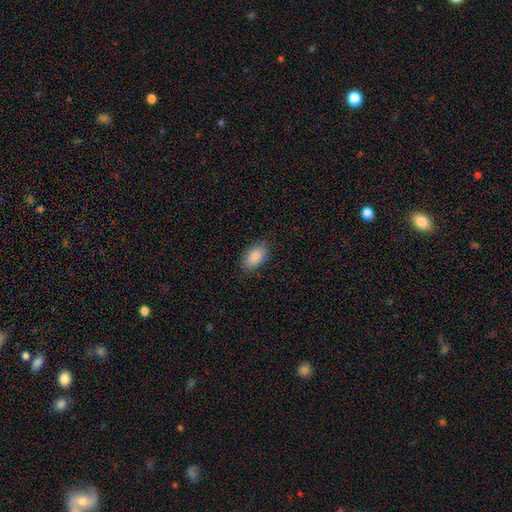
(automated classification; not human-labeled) Morphology: type=smooth (86%); roundness=in between (93%); merging=none (83%).